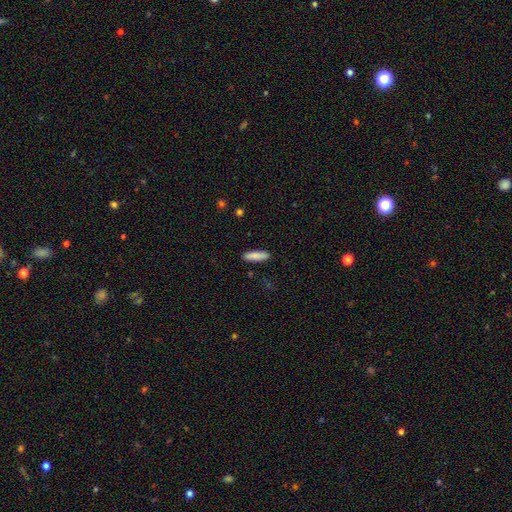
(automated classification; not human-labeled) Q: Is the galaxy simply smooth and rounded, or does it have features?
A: smooth — 87%.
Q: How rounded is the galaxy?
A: cigar-shaped — 60%.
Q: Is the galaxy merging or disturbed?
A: none — 89%.